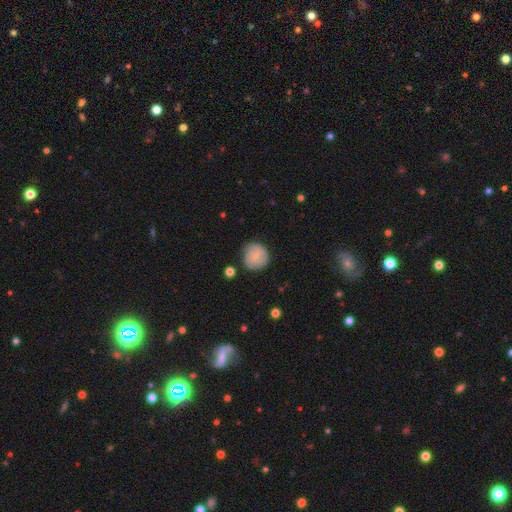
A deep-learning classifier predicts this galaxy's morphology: Smooth or featured? Predicted: smooth (p=0.57). How rounded? Predicted: round (p=0.89). Merging? Predicted: none (p=0.73).